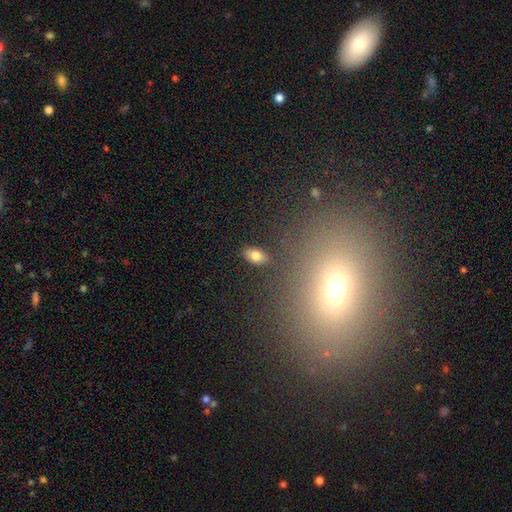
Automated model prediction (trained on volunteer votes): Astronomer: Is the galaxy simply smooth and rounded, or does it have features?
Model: smooth — 79%.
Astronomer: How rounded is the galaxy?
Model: in between — 91%.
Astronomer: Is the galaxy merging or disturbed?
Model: none — 86%.